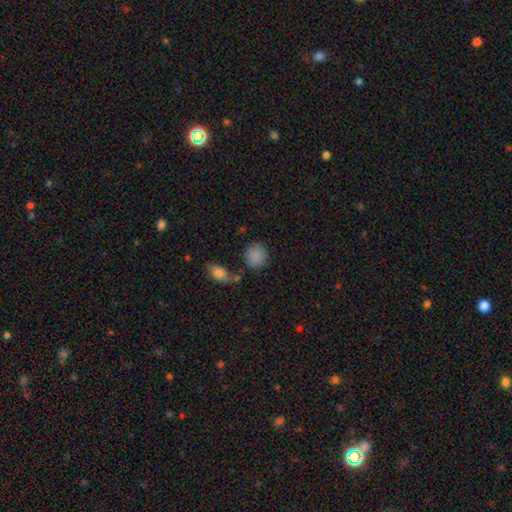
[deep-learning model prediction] smooth 86%, star or artifact 9%, featured or disk 5%. Down the decision tree: how rounded — round (83%); merging — none (73%).